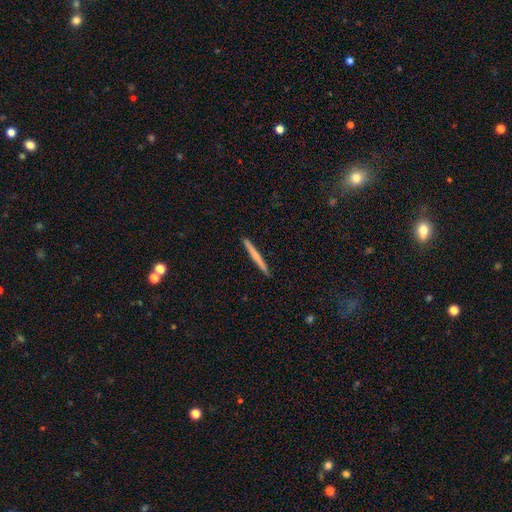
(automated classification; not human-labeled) Smooth or featured? Predicted: smooth (p=0.54). How rounded? Predicted: cigar-shaped (p=0.97). Merging? Predicted: none (p=0.92).